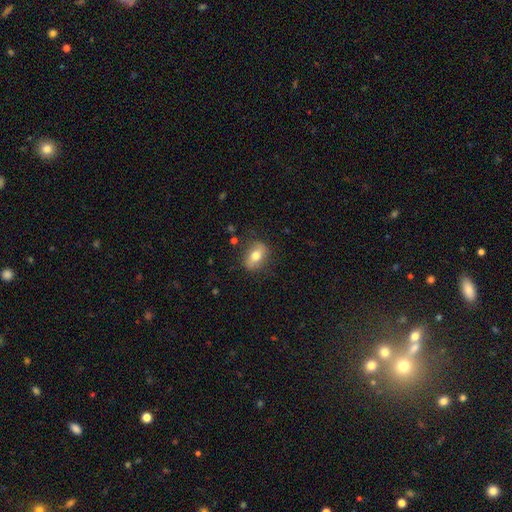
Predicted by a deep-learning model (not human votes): smooth_or_featured: smooth (p=0.67) [alt: featured or disk p=0.25]
how_rounded: in between (p=0.74) [alt: round p=0.23]
merging: none (p=0.80) [alt: minor disturbance p=0.14]